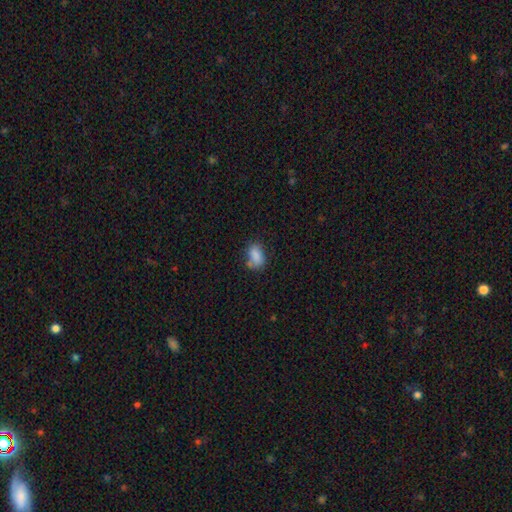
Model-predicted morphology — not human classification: The model was most divided on "merging": none: 59%, minor disturbance: 24%, merger: 9%, major disturbance: 8%. More confident: how rounded — in between (85%); smooth or featured — smooth (84%).